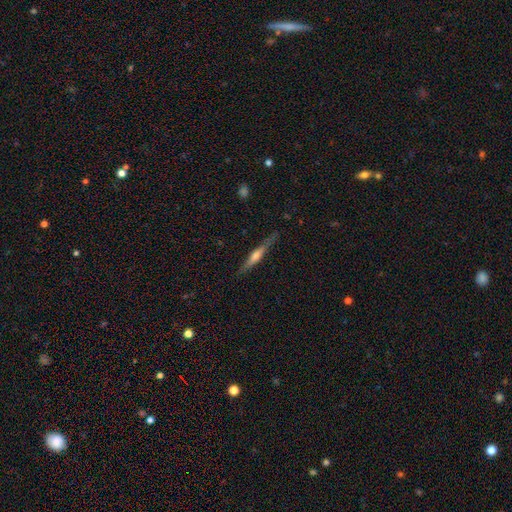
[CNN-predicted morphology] The model was most divided on "smooth or featured": featured or disk: 66%, smooth: 28%, star or artifact: 6%. More confident: edge-on disk — yes (97%); merging — none (83%); edge-on bulge — rounded (74%).